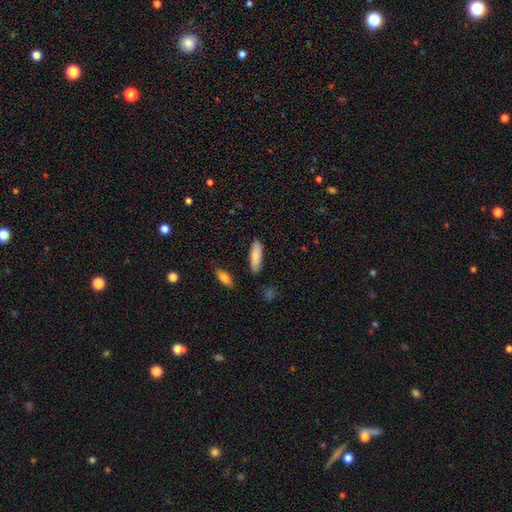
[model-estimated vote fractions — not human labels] This appears to be a smooth galaxy with no disk features (84%) that is in between round and cigar-shaped (53%). Merging: none (86%).